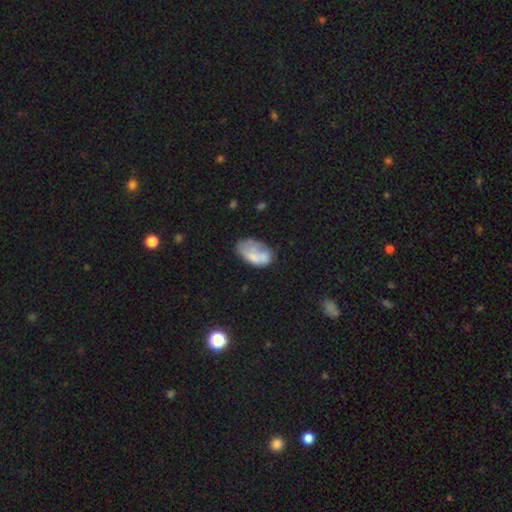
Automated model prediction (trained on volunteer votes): A smooth galaxy with no disk features (64%) that is in between round and cigar-shaped (93%). Merging: none (40%).